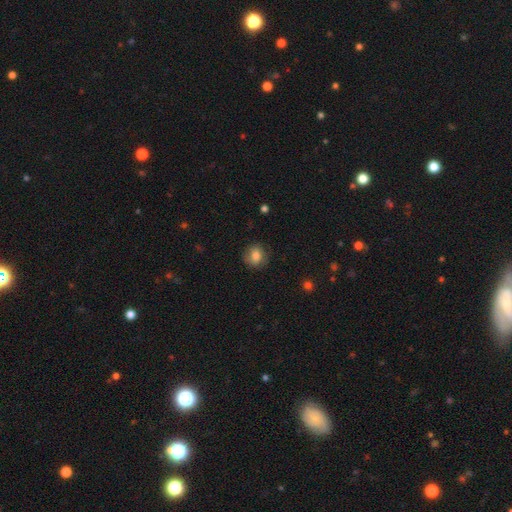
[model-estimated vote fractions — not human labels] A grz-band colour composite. It shows a smooth galaxy with no disk features (77%) that is round (68%). Merging: none (77%).